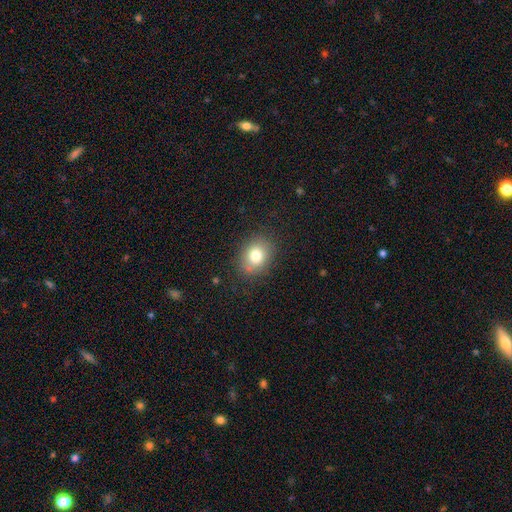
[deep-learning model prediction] smooth_or_featured: smooth (p=0.78) [alt: featured or disk p=0.12]
how_rounded: in between (p=0.52) [alt: round p=0.47]
merging: none (p=0.82) [alt: minor disturbance p=0.13]